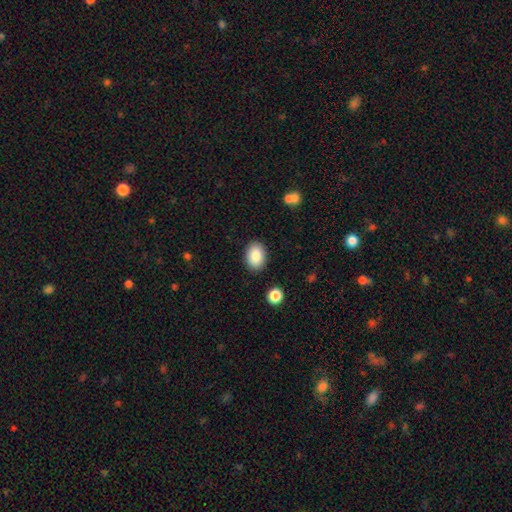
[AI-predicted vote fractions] The model was most divided on "how rounded": in between: 82%, round: 17%, cigar-shaped: 1%. More confident: smooth or featured — smooth (88%); merging — none (88%).